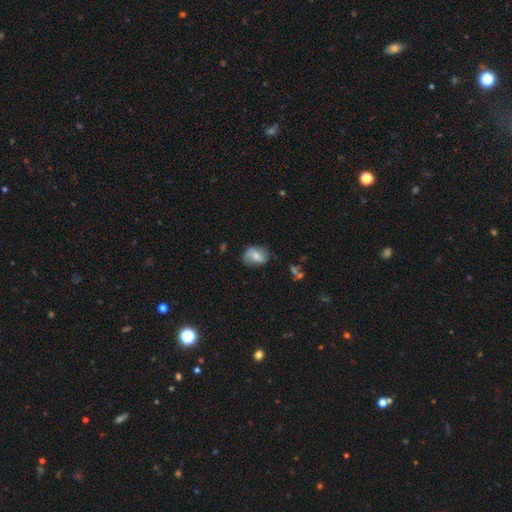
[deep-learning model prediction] A smooth galaxy with no disk features (52%) that is in between round and cigar-shaped (66%). Merging: none (60%).